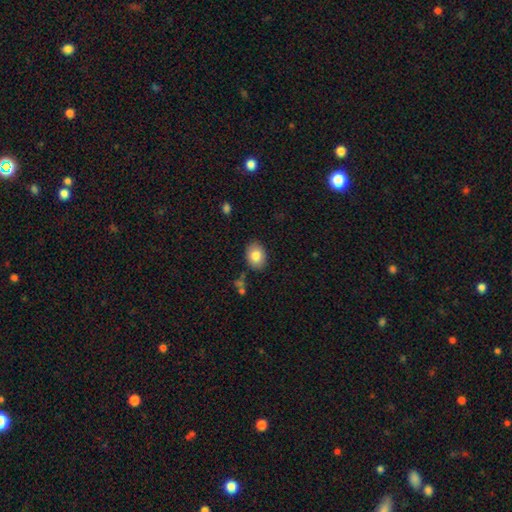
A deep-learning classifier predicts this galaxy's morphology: smooth_or_featured: smooth (p=0.81) [alt: featured or disk p=0.11]
how_rounded: in between (p=0.68) [alt: round p=0.31]
merging: none (p=0.86) [alt: minor disturbance p=0.10]